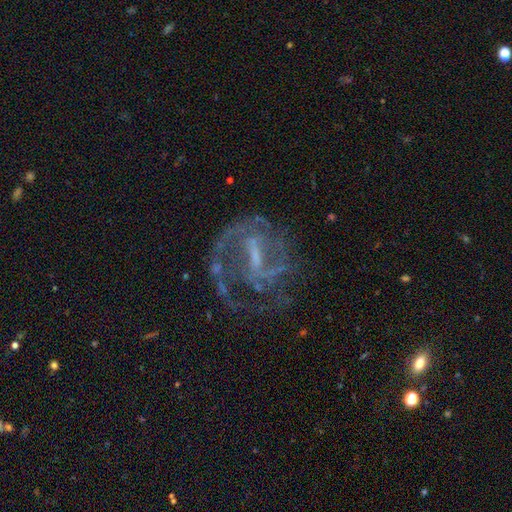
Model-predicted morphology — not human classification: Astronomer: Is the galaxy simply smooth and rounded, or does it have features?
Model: featured or disk — 82%.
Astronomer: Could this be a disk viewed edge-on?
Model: no — 97%.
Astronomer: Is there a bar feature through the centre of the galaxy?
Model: weak — 44% (runner-up: strong, 39%).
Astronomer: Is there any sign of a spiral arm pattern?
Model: yes — 85%.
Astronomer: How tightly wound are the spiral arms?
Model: medium — 46% (runner-up: tight, 35%).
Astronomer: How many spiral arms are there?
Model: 2 — 41% (runner-up: can't tell, 25%).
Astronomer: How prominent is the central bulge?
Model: small — 43% (runner-up: none, 32%).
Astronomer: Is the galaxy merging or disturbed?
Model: none — 52% (runner-up: major disturbance, 28%).